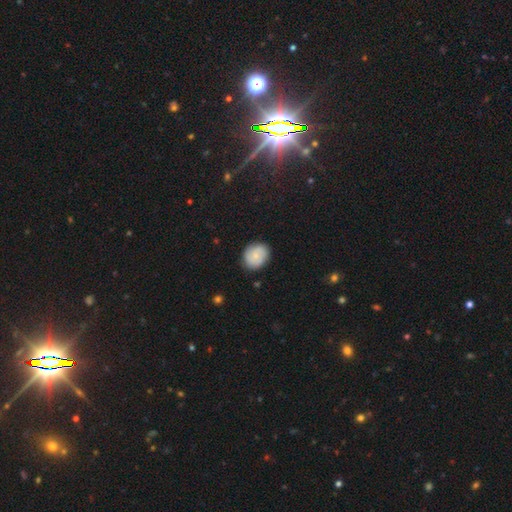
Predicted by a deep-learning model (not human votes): Smooth or featured? smooth (68%)
How rounded? round (57%)
Merging? none (83%)